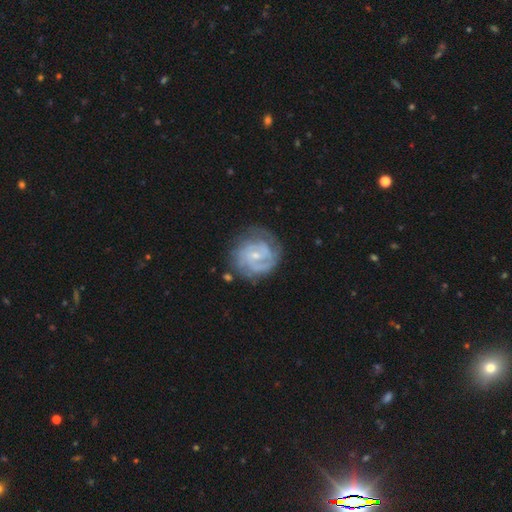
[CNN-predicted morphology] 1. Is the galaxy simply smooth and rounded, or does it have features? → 82% featured or disk, 12% smooth, 6% star or artifact.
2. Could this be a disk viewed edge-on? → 98% no, 2% yes.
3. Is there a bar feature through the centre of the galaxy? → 48% no, 43% weak, 9% strong.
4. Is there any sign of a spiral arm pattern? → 94% yes, 6% no.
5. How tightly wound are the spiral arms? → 62% tight, 31% medium, 7% loose.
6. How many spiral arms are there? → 39% 2, 28% can't tell, 18% 3, 5% 4, 5% 1, 4% more than 4.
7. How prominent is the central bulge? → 71% small, 23% moderate, 4% none, 1% large, 1% dominant.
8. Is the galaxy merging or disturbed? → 70% none, 19% minor disturbance, 9% major disturbance, 2% merger.